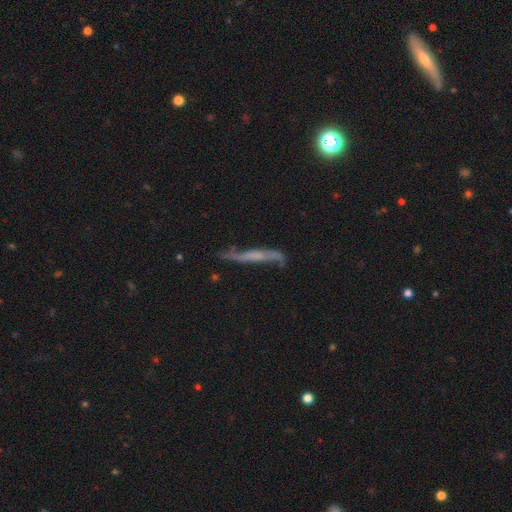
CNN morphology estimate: featured or disk 67%, smooth 24%, star or artifact 10%. Down the decision tree: edge-on disk — yes (65%); merging — none (61%).